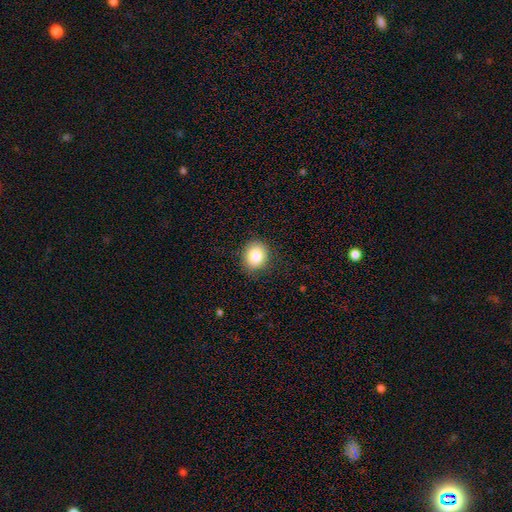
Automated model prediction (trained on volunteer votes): This is clearly a smooth galaxy (85%). How rounded: likely round (68%). Merging: clearly none (87%).